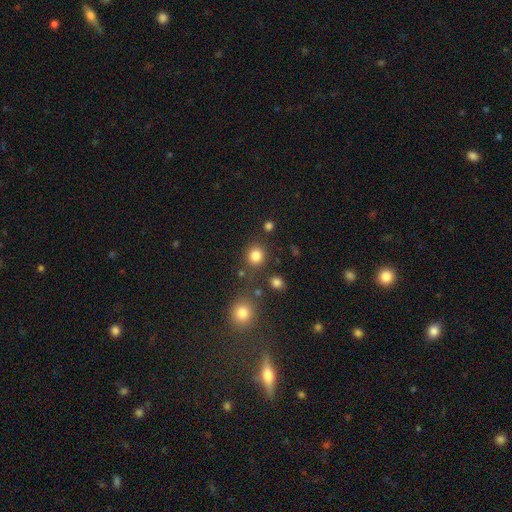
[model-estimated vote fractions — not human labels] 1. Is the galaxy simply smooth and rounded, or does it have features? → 83% smooth, 13% star or artifact, 5% featured or disk.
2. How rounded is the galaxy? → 87% round, 12% in between, 1% cigar-shaped.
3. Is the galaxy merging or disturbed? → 81% none, 9% minor disturbance, 7% merger, 4% major disturbance.